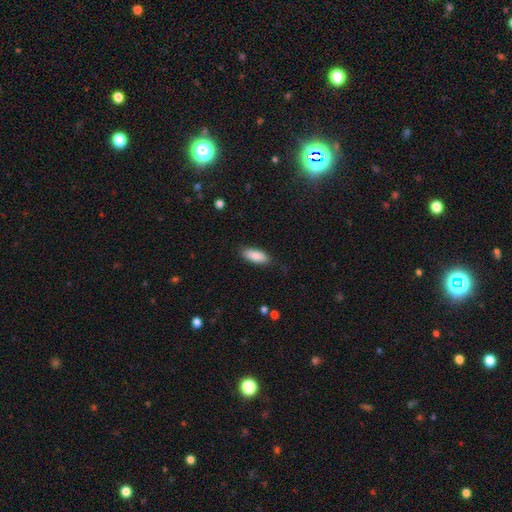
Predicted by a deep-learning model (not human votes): This is clearly a smooth galaxy (88%). How rounded: clearly in between (83%). Merging: clearly none (84%).